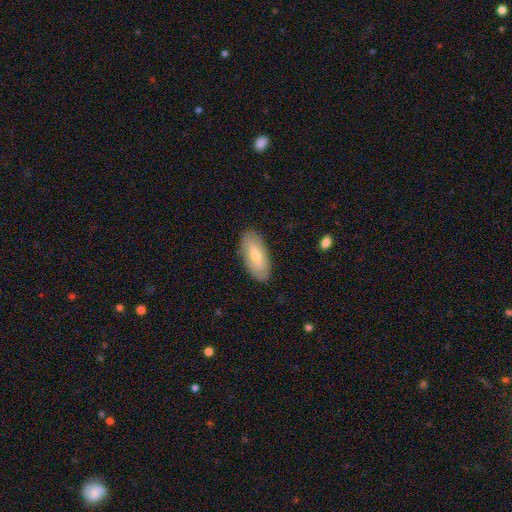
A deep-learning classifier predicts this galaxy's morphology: smooth 64%, featured or disk 30%, star or artifact 6%. Down the decision tree: how rounded — in between (86%); merging — none (87%).